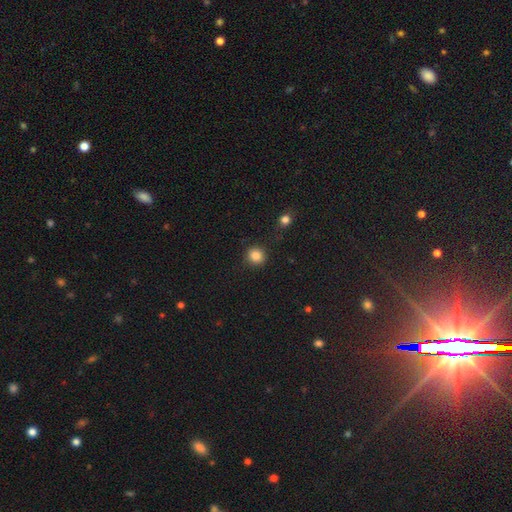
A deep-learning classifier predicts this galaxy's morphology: This appears to be a smooth galaxy with no disk features (85%) that is round (91%). Merging: none (88%).